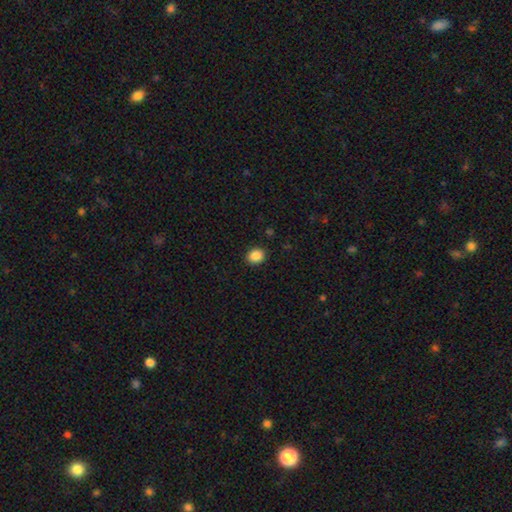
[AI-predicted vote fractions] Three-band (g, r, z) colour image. It shows a smooth galaxy with no disk features (88%) that is round (62%). Merging: none (90%).